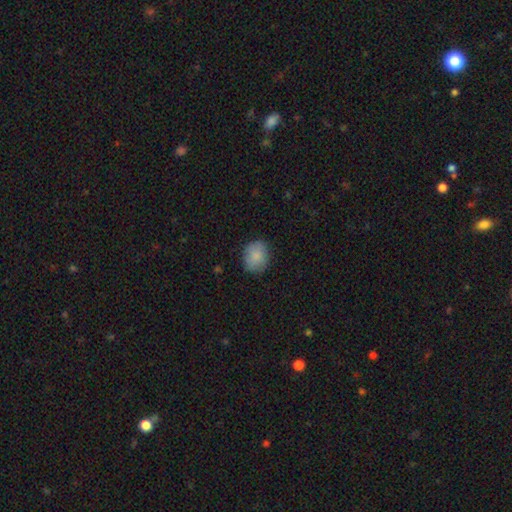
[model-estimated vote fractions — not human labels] This is clearly a smooth galaxy (86%). How rounded: likely round (63%). Merging: clearly none (81%).